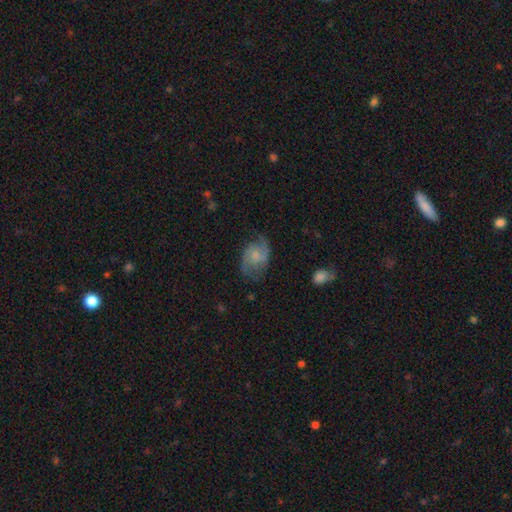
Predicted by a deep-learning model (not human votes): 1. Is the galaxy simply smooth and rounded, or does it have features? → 65% featured or disk, 27% smooth, 8% star or artifact.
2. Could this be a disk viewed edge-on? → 97% no, 3% yes.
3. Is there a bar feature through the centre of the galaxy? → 60% no, 34% weak, 5% strong.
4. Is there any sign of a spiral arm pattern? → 90% yes, 10% no.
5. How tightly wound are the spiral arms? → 46% medium, 38% loose, 16% tight.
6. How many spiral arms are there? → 85% 2, 8% can't tell, 3% 1, 2% 3, 1% 4, 1% more than 4.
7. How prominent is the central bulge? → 46% small, 30% moderate, 18% none, 5% large, 1% dominant.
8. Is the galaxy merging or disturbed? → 65% none, 22% minor disturbance, 11% major disturbance, 2% merger.